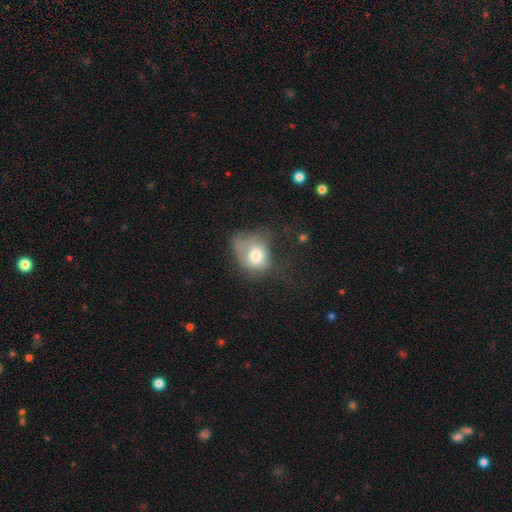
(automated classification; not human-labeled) This appears to be a smooth galaxy with no disk features (68%) that is in between round and cigar-shaped (54%). Merging: major disturbance (45%).